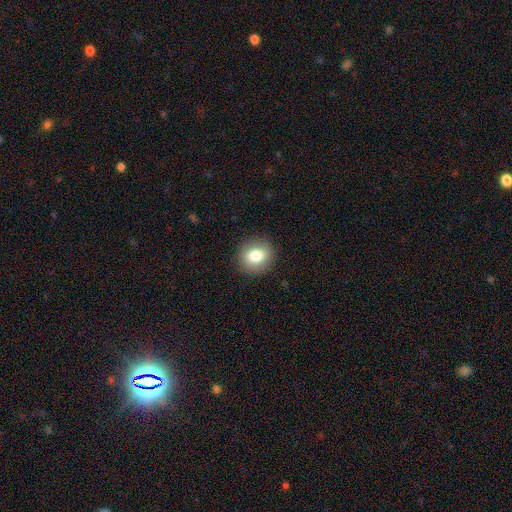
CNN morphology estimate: The model was most divided on "how rounded": round: 78%, in between: 21%, cigar-shaped: 1%. More confident: merging — none (89%); smooth or featured — smooth (79%).